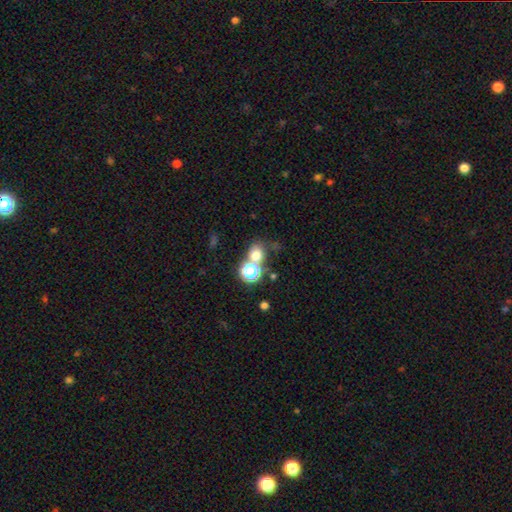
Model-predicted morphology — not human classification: Overall: smooth (68%). How rounded: round (73%). Merging: none (52%; merger 34%).